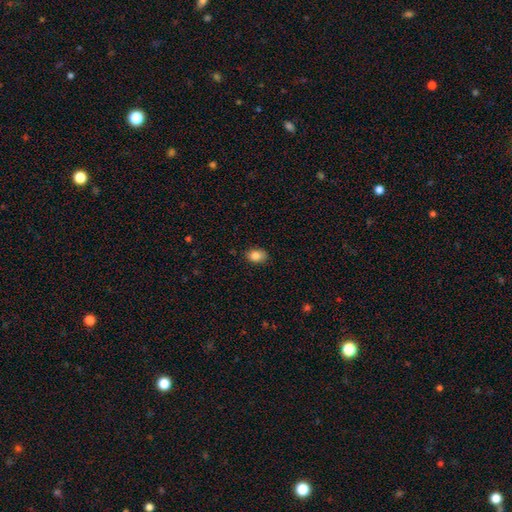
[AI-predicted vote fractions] smooth_or_featured: smooth (p=0.85) [alt: star or artifact p=0.09]
how_rounded: in between (p=0.76) [alt: round p=0.23]
merging: none (p=0.85) [alt: minor disturbance p=0.12]